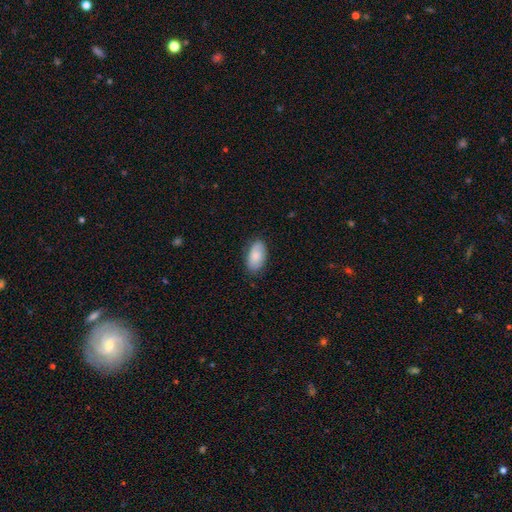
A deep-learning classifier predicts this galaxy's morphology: This appears to be a smooth galaxy with no disk features (80%) that is in between round and cigar-shaped (94%). Merging: none (80%).